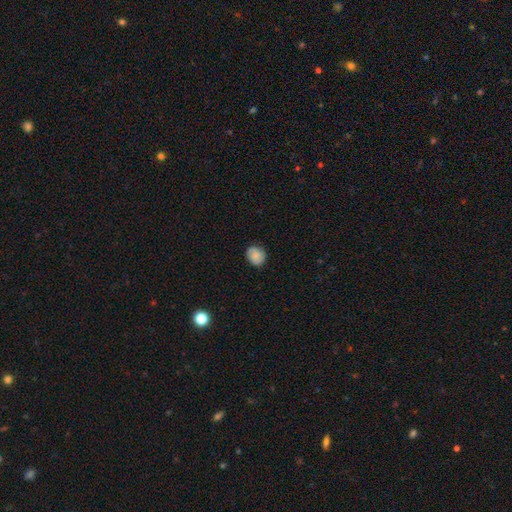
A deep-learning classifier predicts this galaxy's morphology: The model was most divided on "how rounded": round: 73%, in between: 26%, cigar-shaped: 1%. More confident: merging — none (82%); smooth or featured — smooth (77%).